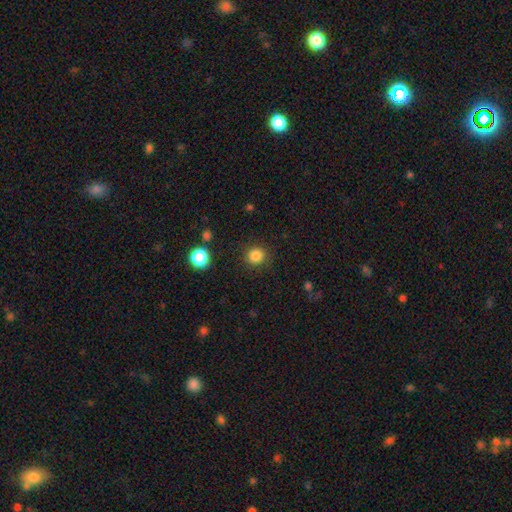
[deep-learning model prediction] Morphology: type=smooth (85%); roundness=round (91%); merging=none (88%).